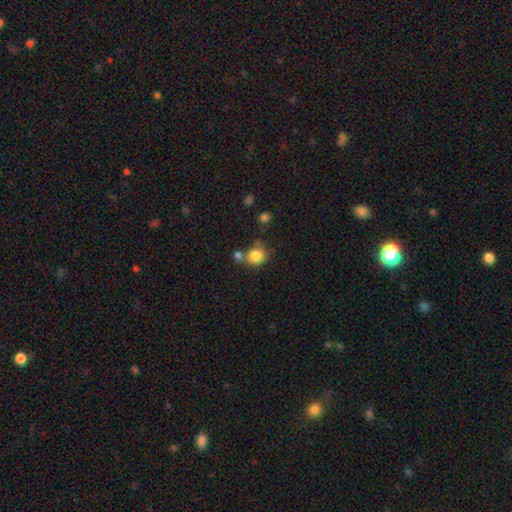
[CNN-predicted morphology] A smooth galaxy with no disk features (83%) that is round (81%). Merging: none (58%).